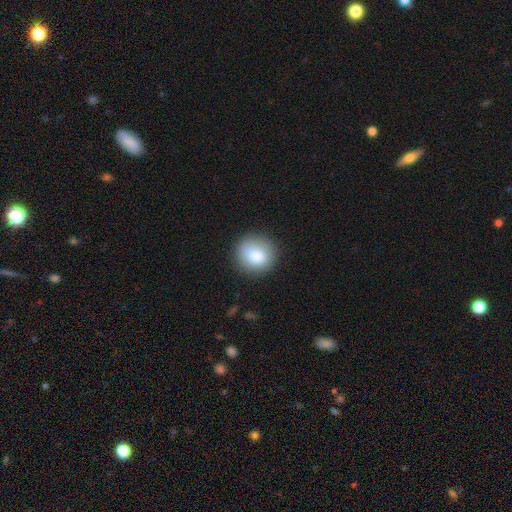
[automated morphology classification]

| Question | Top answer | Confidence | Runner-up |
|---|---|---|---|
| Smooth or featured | smooth | 83% | featured or disk (9%) |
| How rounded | round | 86% | in between (13%) |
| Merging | none | 87% | minor disturbance (9%) |